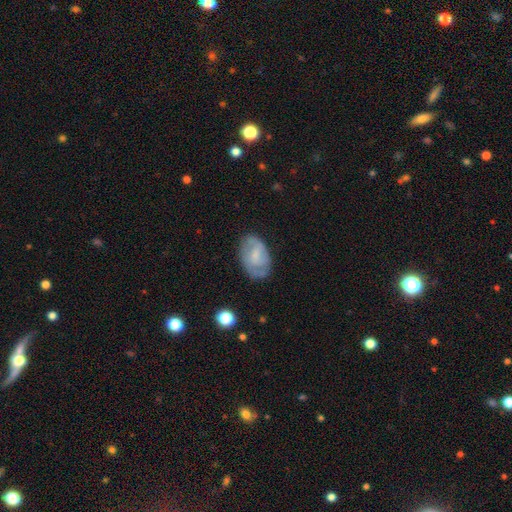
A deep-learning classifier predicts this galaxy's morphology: The model was most divided on "smooth or featured": featured or disk: 48%, smooth: 45%, star or artifact: 7%. More confident: merging — none (68%).